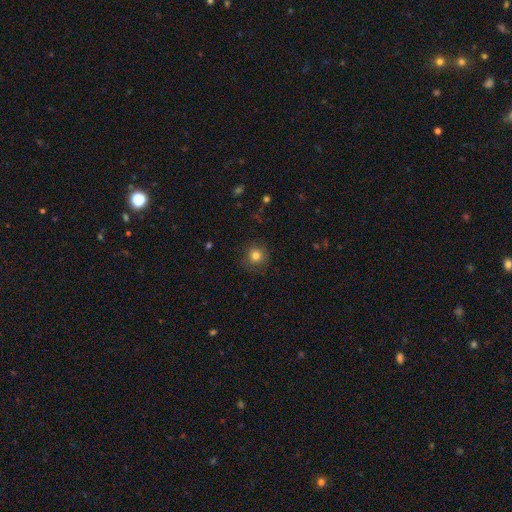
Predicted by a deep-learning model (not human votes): This is clearly a smooth galaxy (81%). How rounded: clearly round (93%). Merging: clearly none (87%).